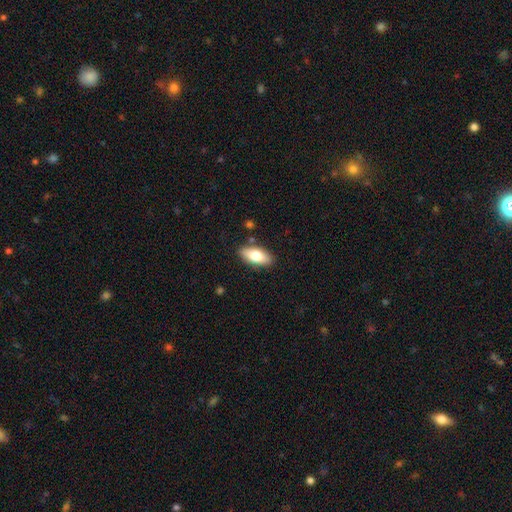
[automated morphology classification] A smooth galaxy with no disk features (76%) that is in between round and cigar-shaped (86%).

Vote fractions:
- Smooth or featured? smooth: 76% / featured or disk: 18% / star or artifact: 6%
- How rounded? in between: 86% / cigar-shaped: 11% / round: 3%
- Merging? none: 85% / minor disturbance: 10% / merger: 2% / major disturbance: 2%